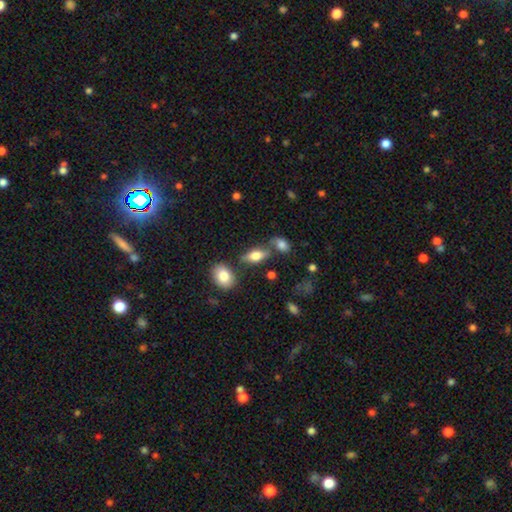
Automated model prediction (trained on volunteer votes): Smooth or featured? Predicted: smooth (p=0.61). How rounded? Predicted: in between (p=0.75). Merging? Predicted: none (p=0.66).